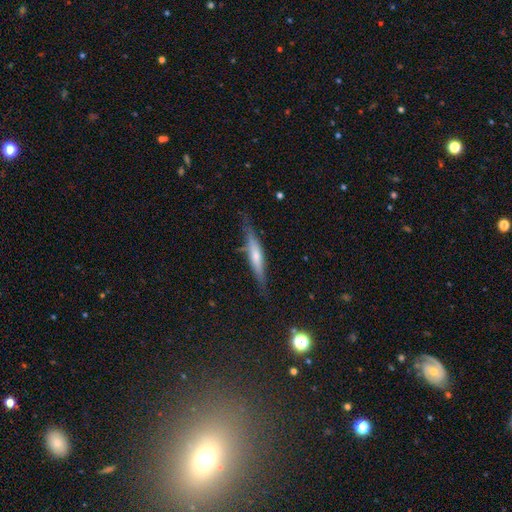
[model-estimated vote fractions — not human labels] Smooth or featured: featured or disk — 52% (smooth — 41%)
Edge-on disk: yes — 92% (no — 8%)
Merging: none — 77% (minor disturbance — 17%)